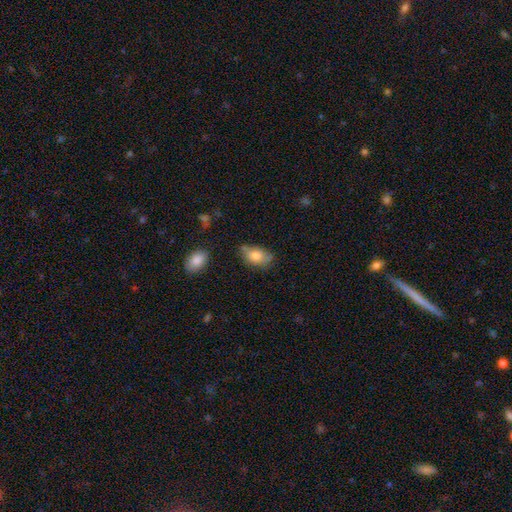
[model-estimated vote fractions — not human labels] A smooth galaxy with no disk features (79%) that is in between round and cigar-shaped (86%). Merging: none (59%).